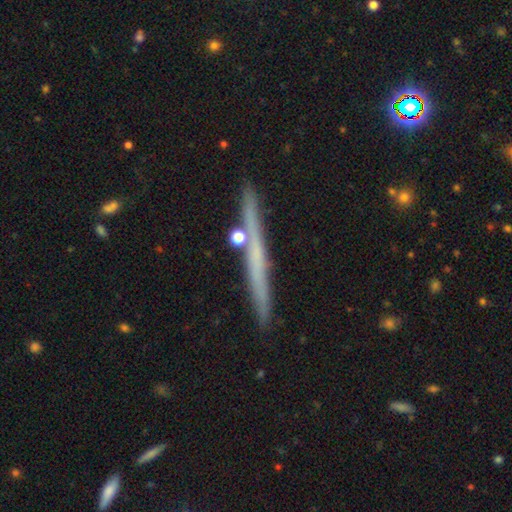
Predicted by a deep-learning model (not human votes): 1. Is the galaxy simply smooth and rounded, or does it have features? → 56% featured or disk, 36% smooth, 8% star or artifact.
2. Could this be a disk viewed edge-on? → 96% yes, 4% no.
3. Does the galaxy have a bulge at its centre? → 79% none, 17% rounded, 4% boxy.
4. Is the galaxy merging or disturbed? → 87% none, 8% minor disturbance, 3% merger, 2% major disturbance.